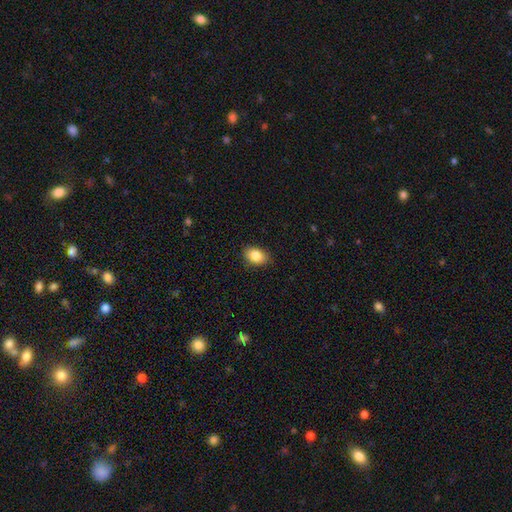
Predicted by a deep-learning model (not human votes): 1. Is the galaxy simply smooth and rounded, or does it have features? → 85% smooth, 8% star or artifact, 7% featured or disk.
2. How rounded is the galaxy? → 83% in between, 16% round, 1% cigar-shaped.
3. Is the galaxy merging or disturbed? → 86% none, 10% minor disturbance, 2% major disturbance, 1% merger.